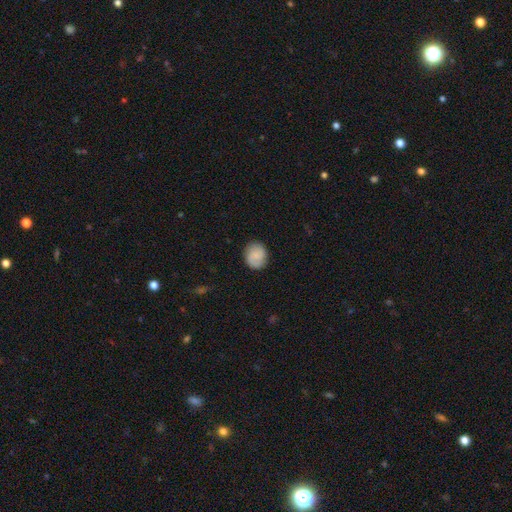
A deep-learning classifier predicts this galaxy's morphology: smooth_or_featured: smooth (p=0.67) [alt: featured or disk p=0.25]
how_rounded: round (p=0.70) [alt: in between p=0.29]
merging: none (p=0.84) [alt: minor disturbance p=0.12]